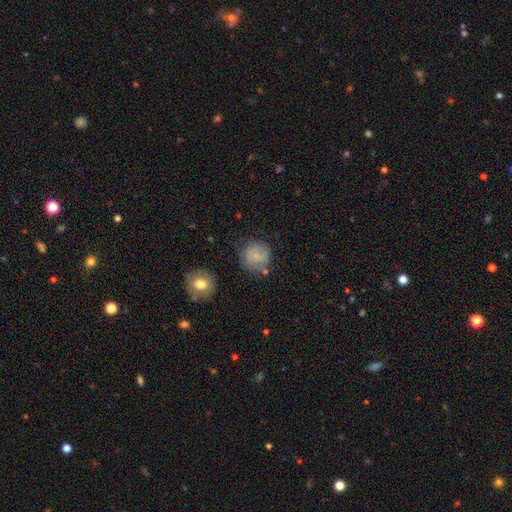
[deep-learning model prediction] Smooth or featured: smooth — 59% (featured or disk — 33%)
How rounded: round — 89% (in between — 10%)
Merging: none — 68% (minor disturbance — 20%)